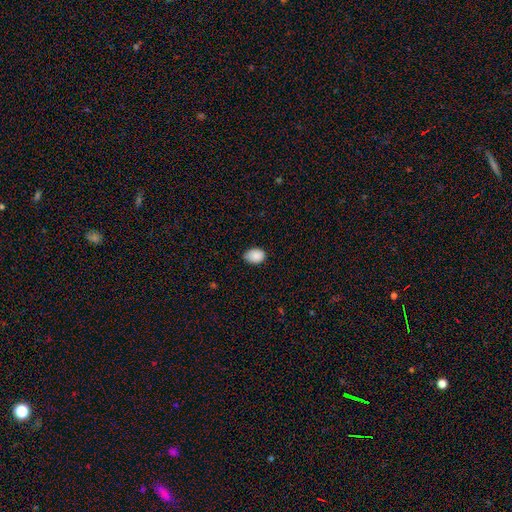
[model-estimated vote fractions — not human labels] Morphology: type=smooth (89%); roundness=in between (73%); merging=none (71%).